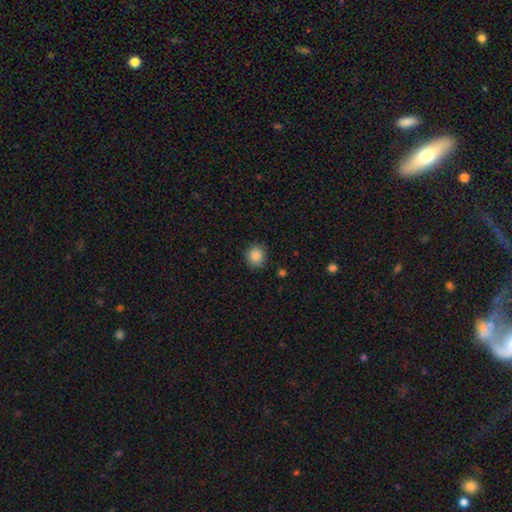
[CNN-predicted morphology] A smooth galaxy with no disk features (87%) that is round (88%). Merging: none (87%).